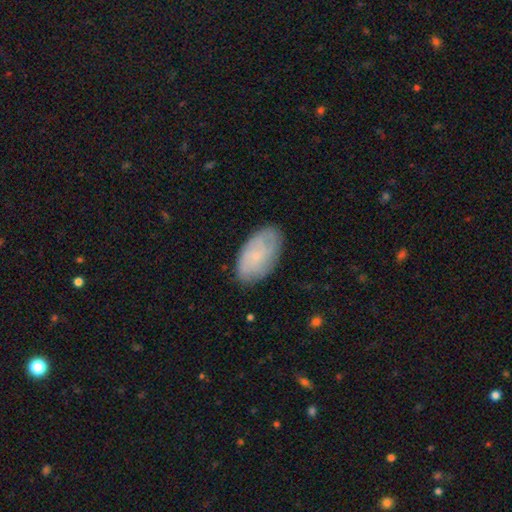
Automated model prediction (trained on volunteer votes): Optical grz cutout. It shows a smooth galaxy with no disk features (56%) that is in between round and cigar-shaped (94%). Merging: none (78%).